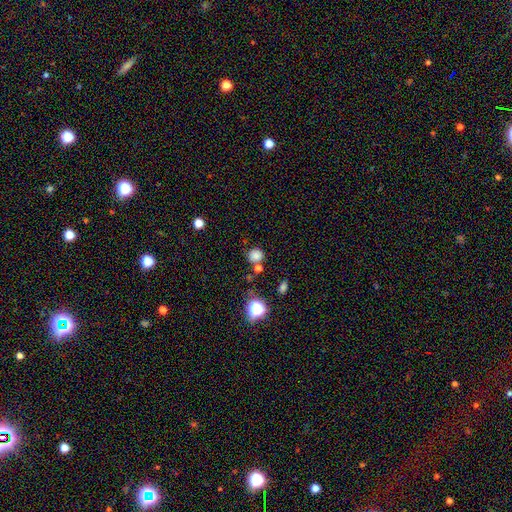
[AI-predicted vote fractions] Q: Smooth or featured?
A: smooth (76%); runner-up: star or artifact (18%)
Q: How rounded?
A: round (87%); runner-up: in between (12%)
Q: Merging?
A: none (72%); runner-up: minor disturbance (12%)